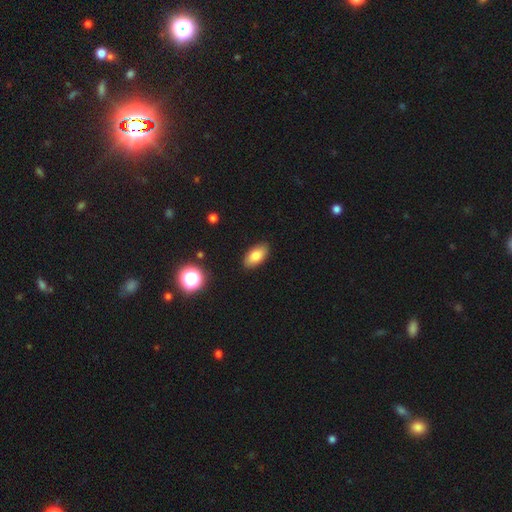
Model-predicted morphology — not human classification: Smooth or featured: smooth — 80% (featured or disk — 12%)
How rounded: in between — 92% (cigar-shaped — 4%)
Merging: none — 89% (minor disturbance — 8%)